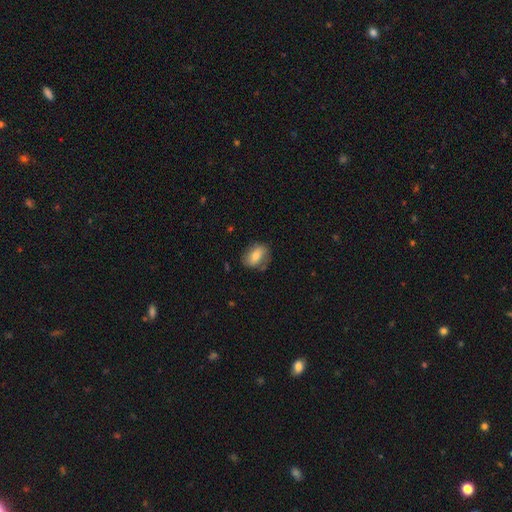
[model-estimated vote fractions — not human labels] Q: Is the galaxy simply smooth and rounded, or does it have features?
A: smooth — 70%.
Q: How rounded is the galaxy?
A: in between — 79%.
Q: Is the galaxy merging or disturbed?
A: none — 71%.